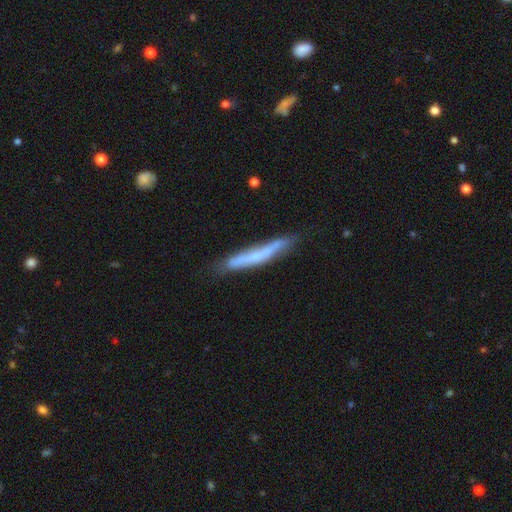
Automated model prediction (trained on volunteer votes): Overall: featured or disk (51%; smooth 43%). Edge-on disk: yes (81%). Merging: none (69%).